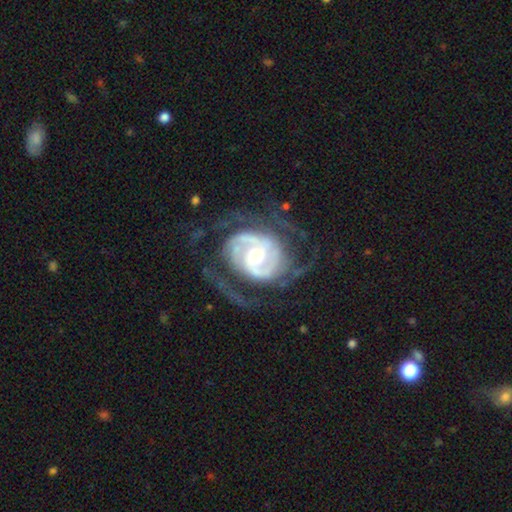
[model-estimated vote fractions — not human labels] smooth_or_featured: featured or disk (p=0.91) [alt: smooth p=0.05]
disk_edge_on: no (p=0.98) [alt: yes p=0.02]
bar: weak (p=0.43) [alt: no p=0.35]
has_spiral_arms: yes (p=0.97) [alt: no p=0.03]
spiral_winding: tight (p=0.46) [alt: medium p=0.40]
spiral_arm_count: 2 (p=0.60) [alt: can't tell p=0.13]
bulge_size: moderate (p=0.50) [alt: small p=0.43]
merging: none (p=0.64) [alt: major disturbance p=0.19]